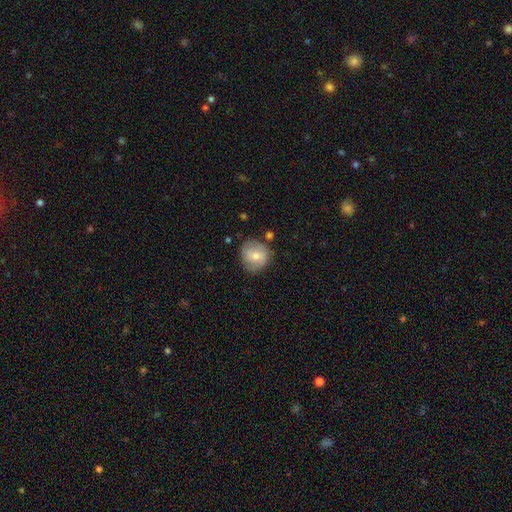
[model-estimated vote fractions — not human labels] Smooth or featured?
  - smooth: 60% *
  - featured or disk: 33%
  - star or artifact: 8%
How rounded?
  - round: 85% *
  - in between: 14%
  - cigar-shaped: 1%
Merging?
  - none: 71% *
  - minor disturbance: 19%
  - major disturbance: 5%
  - merger: 4%